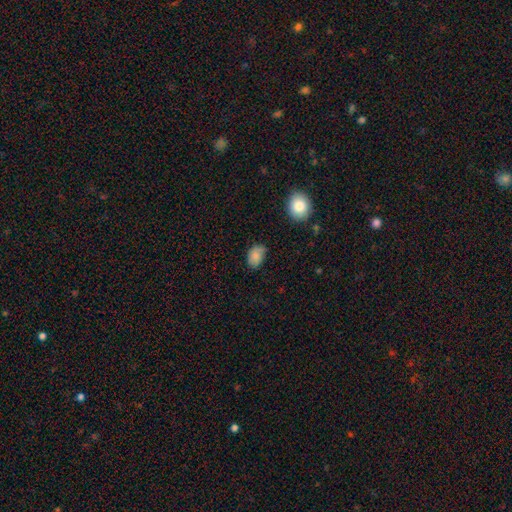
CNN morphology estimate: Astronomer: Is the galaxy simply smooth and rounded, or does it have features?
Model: smooth — 82%.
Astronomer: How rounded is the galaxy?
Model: in between — 80%.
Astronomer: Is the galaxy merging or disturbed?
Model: none — 60%.